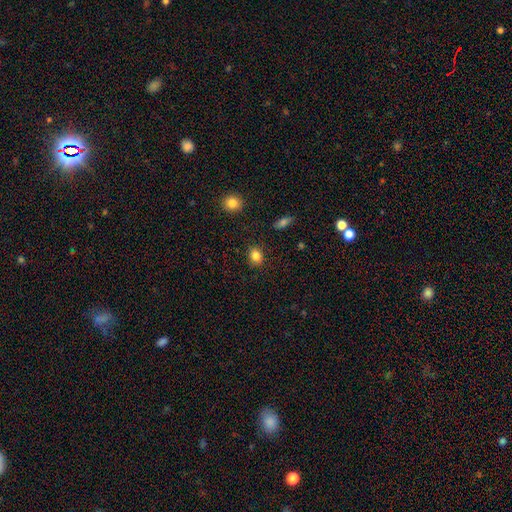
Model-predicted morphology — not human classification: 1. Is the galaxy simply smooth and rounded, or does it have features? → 84% smooth, 10% star or artifact, 5% featured or disk.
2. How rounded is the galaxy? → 60% round, 39% in between, 1% cigar-shaped.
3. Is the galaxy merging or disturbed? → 86% none, 10% minor disturbance, 2% major disturbance, 2% merger.